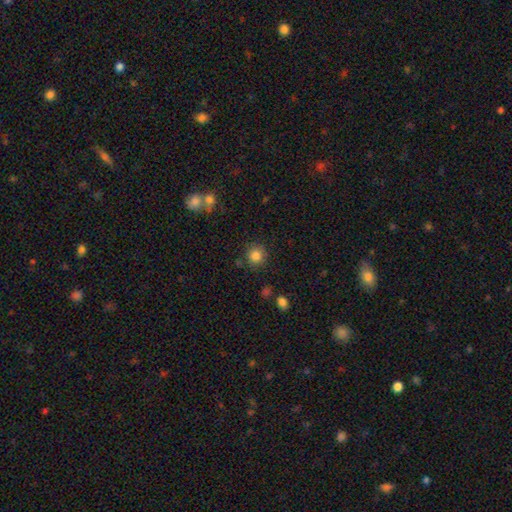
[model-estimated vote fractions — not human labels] Smooth or featured? smooth (84%)
How rounded? round (91%)
Merging? none (85%)